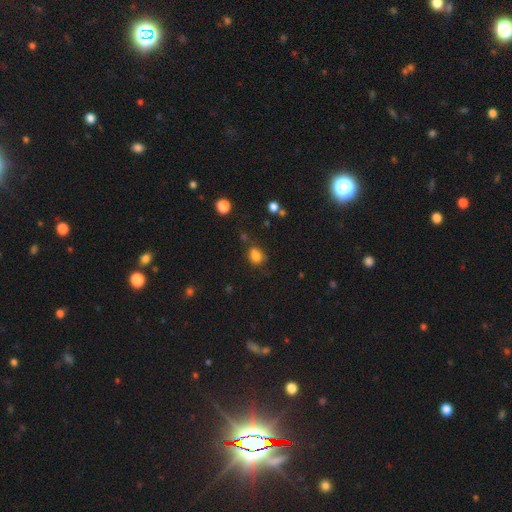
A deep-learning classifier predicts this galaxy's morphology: Smooth or featured? smooth (81%)
How rounded? in between (65%)
Merging? none (62%)